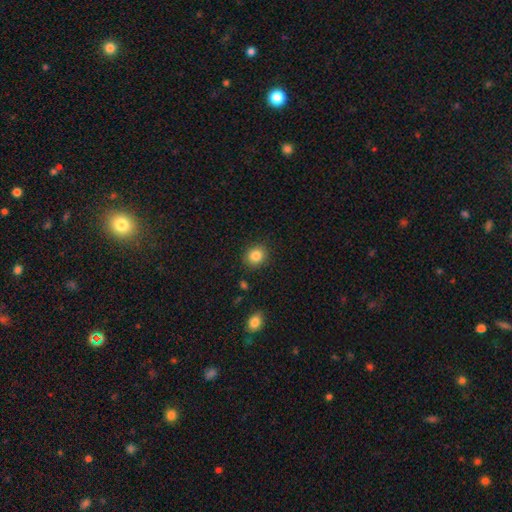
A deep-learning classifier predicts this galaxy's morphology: Smooth or featured?
  - smooth: 85% *
  - star or artifact: 10%
  - featured or disk: 5%
How rounded?
  - round: 73% *
  - in between: 26%
  - cigar-shaped: 1%
Merging?
  - none: 88% *
  - minor disturbance: 8%
  - major disturbance: 2%
  - merger: 2%